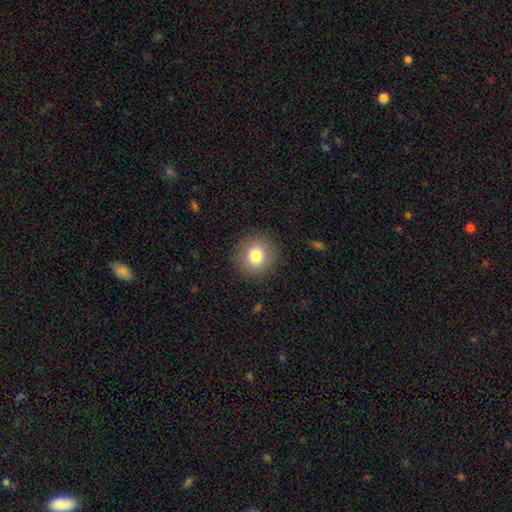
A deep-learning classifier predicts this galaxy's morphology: type=smooth (81%); roundness=round (93%); merging=none (90%).